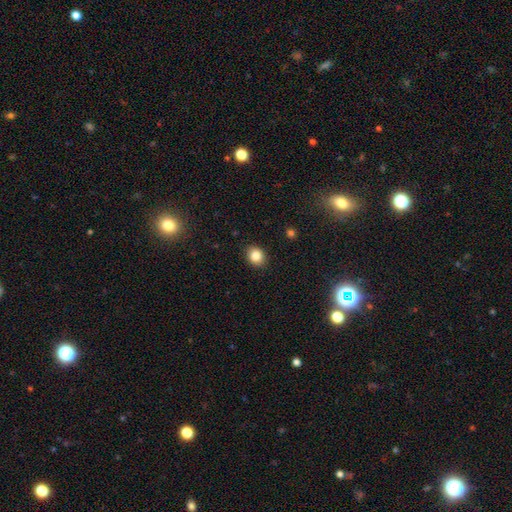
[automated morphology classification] This appears to be a smooth galaxy with no disk features (85%) that is round (62%). Merging: none (90%).